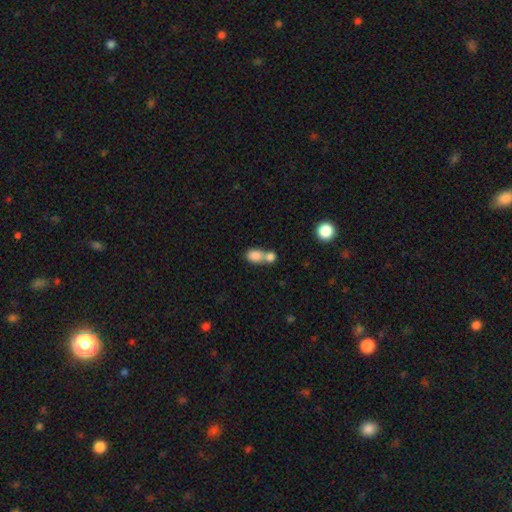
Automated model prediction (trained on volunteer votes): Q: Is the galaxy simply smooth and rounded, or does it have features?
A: smooth — 83%.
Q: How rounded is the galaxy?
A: in between — 70%.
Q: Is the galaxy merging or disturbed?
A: merger — 63%.